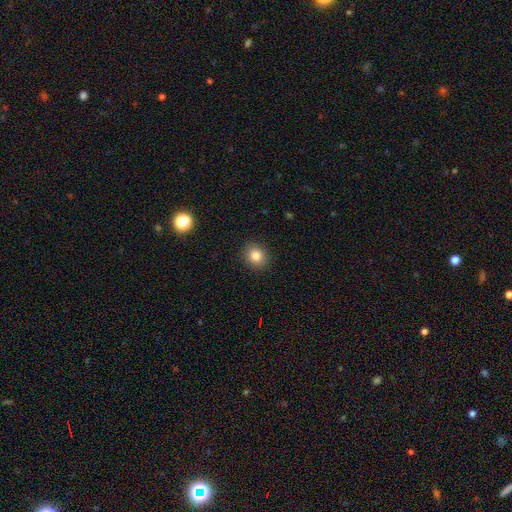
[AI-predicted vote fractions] A smooth galaxy with no disk features (84%) that is round (79%). Merging: none (91%).